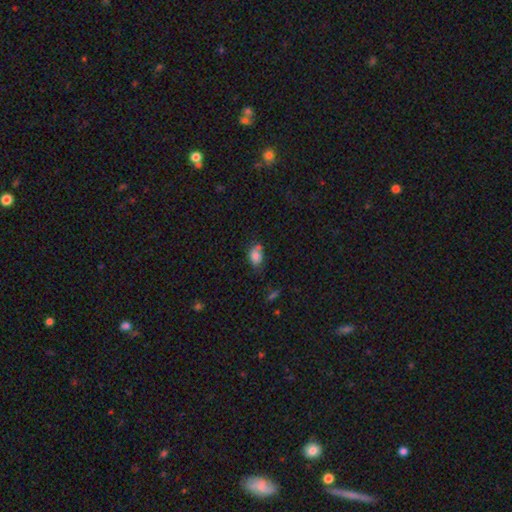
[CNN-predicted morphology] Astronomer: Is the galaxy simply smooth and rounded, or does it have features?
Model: smooth — 80%.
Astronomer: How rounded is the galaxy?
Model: in between — 77%.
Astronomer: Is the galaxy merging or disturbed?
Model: none — 55%.